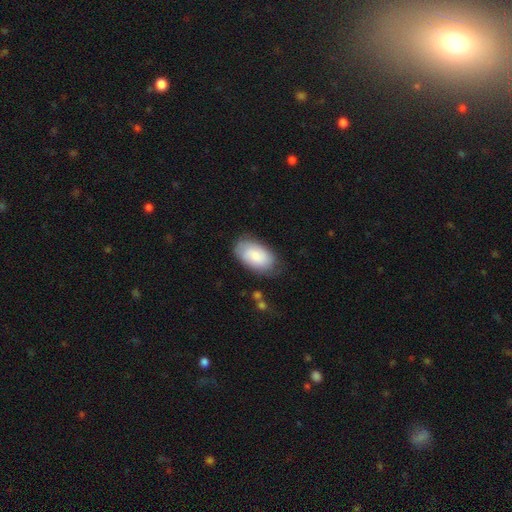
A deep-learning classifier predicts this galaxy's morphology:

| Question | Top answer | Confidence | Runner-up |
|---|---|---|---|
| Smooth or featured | smooth | 74% | featured or disk (20%) |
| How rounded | in between | 94% | round (4%) |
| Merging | none | 76% | minor disturbance (18%) |